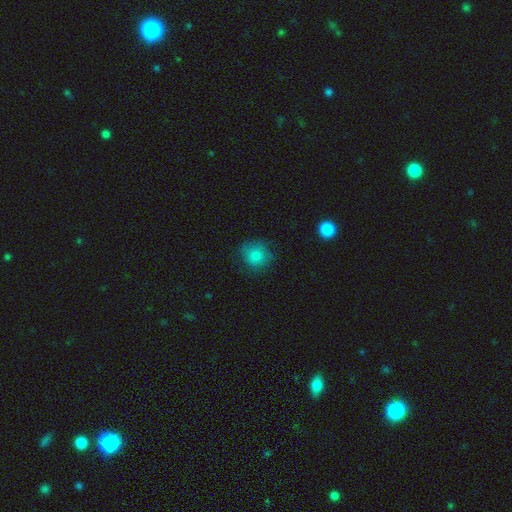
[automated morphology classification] The model was most divided on "merging": none: 76%, minor disturbance: 18%, major disturbance: 5%, merger: 1%. More confident: how rounded — round (88%); smooth or featured — smooth (81%).